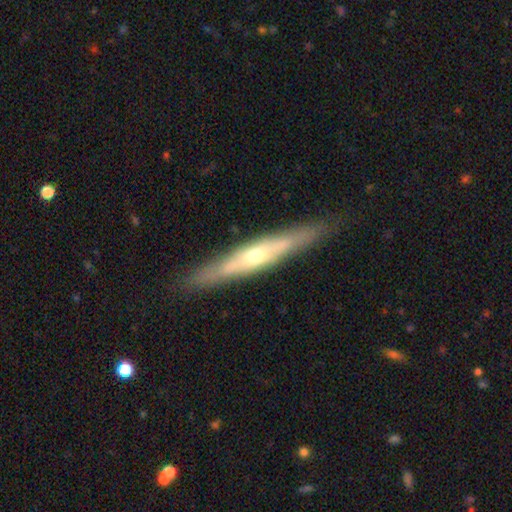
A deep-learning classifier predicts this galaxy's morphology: Smooth or featured: featured or disk — 67% (smooth — 27%)
Edge-on disk: yes — 88% (no — 12%)
Edge-on bulge: rounded — 79% (none — 15%)
Merging: none — 86% (minor disturbance — 10%)